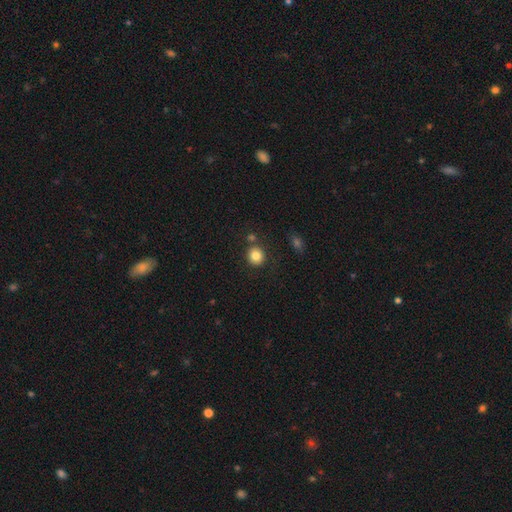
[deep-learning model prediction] Smooth or featured: smooth — 82% (star or artifact — 11%)
How rounded: round — 86% (in between — 13%)
Merging: none — 80% (minor disturbance — 9%)